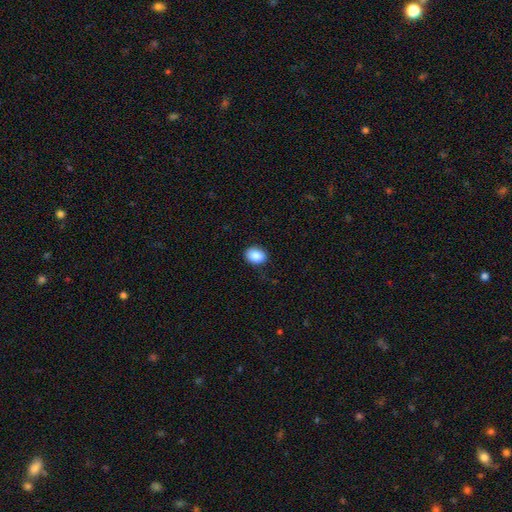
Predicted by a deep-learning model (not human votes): The model was most divided on "how rounded": in between: 70%, round: 29%, cigar-shaped: 1%. More confident: smooth or featured — smooth (88%); merging — none (87%).